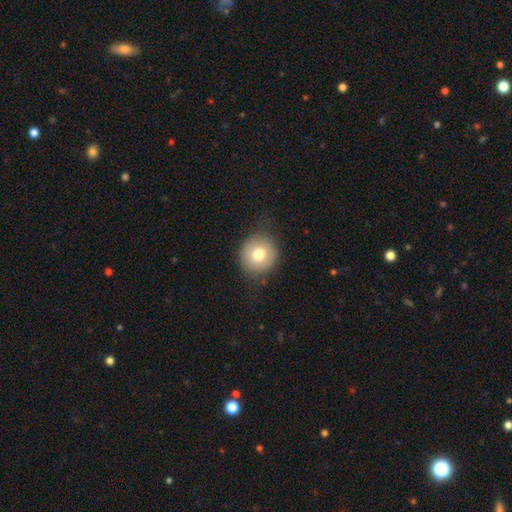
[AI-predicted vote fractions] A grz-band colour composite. It shows a smooth galaxy with no disk features (69%) that is round (89%). Merging: none (80%).